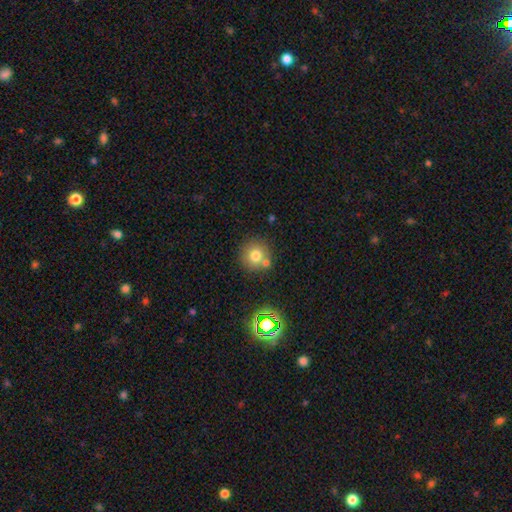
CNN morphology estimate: Q: Smooth or featured?
A: smooth (75%); runner-up: star or artifact (14%)
Q: How rounded?
A: round (93%); runner-up: in between (6%)
Q: Merging?
A: none (71%); runner-up: merger (17%)